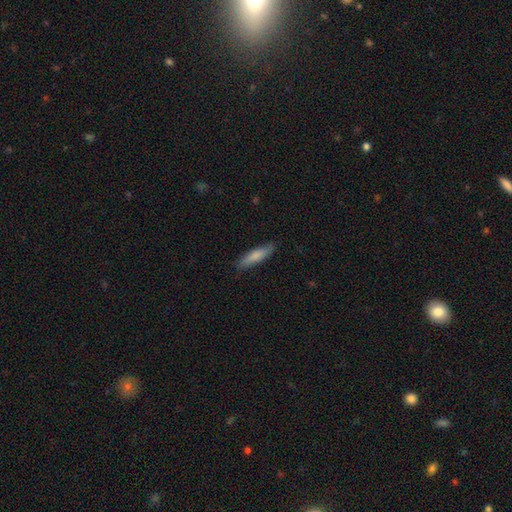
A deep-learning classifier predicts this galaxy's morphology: This is clearly a smooth galaxy (80%). How rounded: likely cigar-shaped (73%). Merging: clearly none (85%).